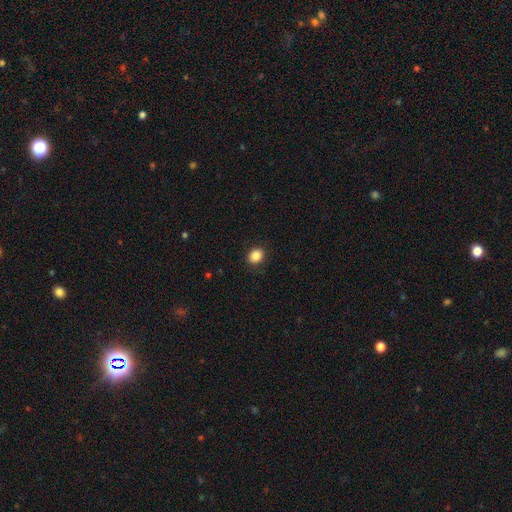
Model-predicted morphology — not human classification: smooth_or_featured: smooth (p=0.87) [alt: star or artifact p=0.10]
how_rounded: round (p=0.71) [alt: in between p=0.28]
merging: none (p=0.90) [alt: minor disturbance p=0.07]